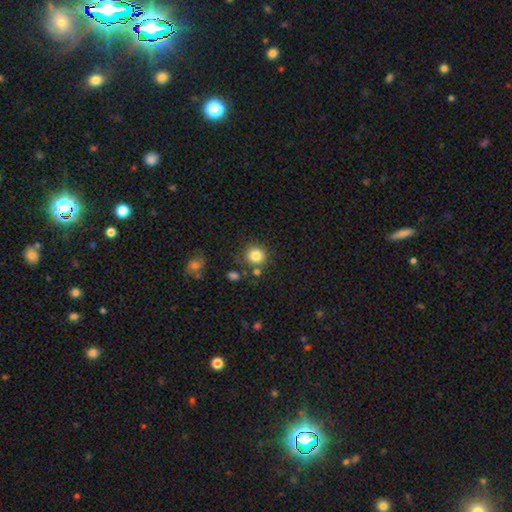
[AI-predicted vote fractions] Smooth or featured: smooth — 83% (star or artifact — 11%)
How rounded: round — 88% (in between — 11%)
Merging: none — 76% (minor disturbance — 12%)